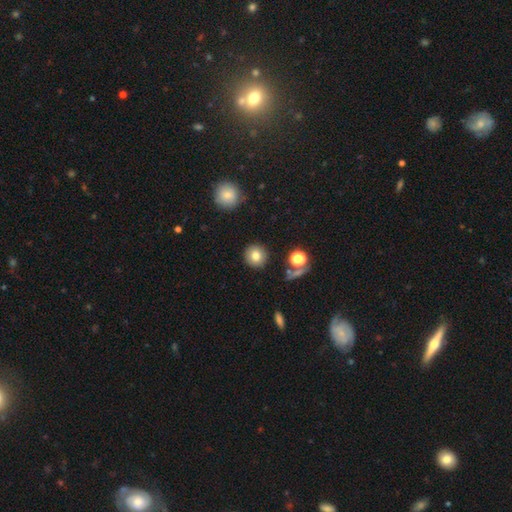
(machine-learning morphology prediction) Smooth or featured: smooth — 80% (star or artifact — 11%)
How rounded: round — 93% (in between — 6%)
Merging: none — 89% (minor disturbance — 6%)